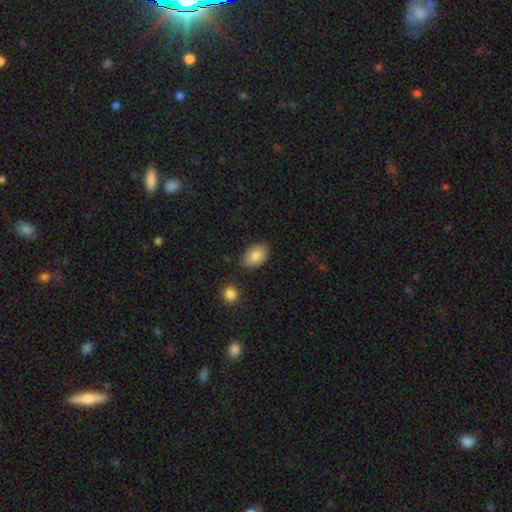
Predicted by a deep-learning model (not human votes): Morphology: type=smooth (85%); roundness=in between (90%); merging=none (78%).